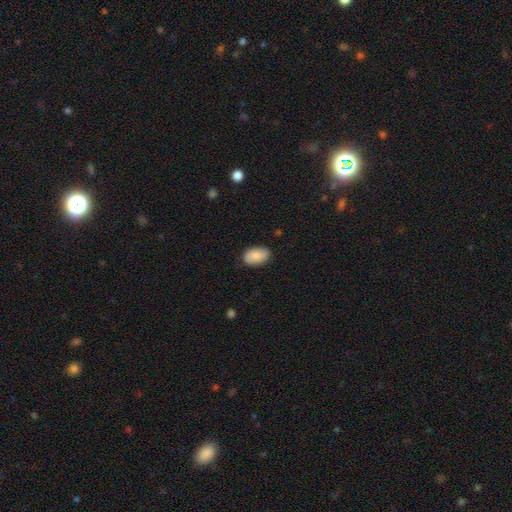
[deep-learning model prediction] A smooth galaxy with no disk features (87%) that is in between round and cigar-shaped (93%). Merging: none (85%).